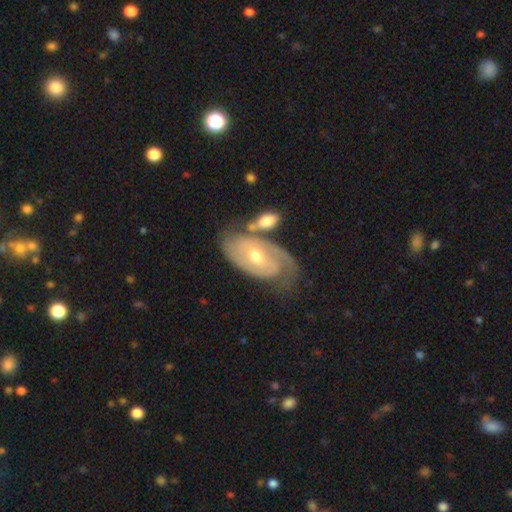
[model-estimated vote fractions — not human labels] This is clearly a featured or disk galaxy (81%). It is clearly not viewed edge-on (94%). Bar: possibly no (59%). Spiral arm pattern: clearly yes (91%). Spiral arm count: possibly 2 (58%). Spiral winding: likely tight (62%). Central bulge: likely moderate (68%). Merging: possibly none (52%).